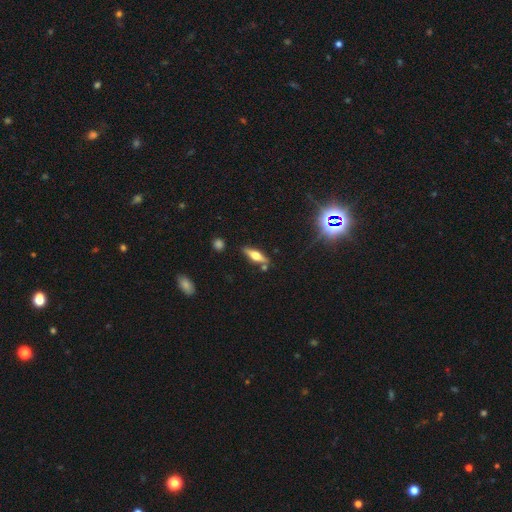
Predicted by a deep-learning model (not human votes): Smooth or featured? featured or disk (58%)
Edge-on disk? yes (93%)
Edge-on bulge? rounded (93%)
Merging? none (79%)